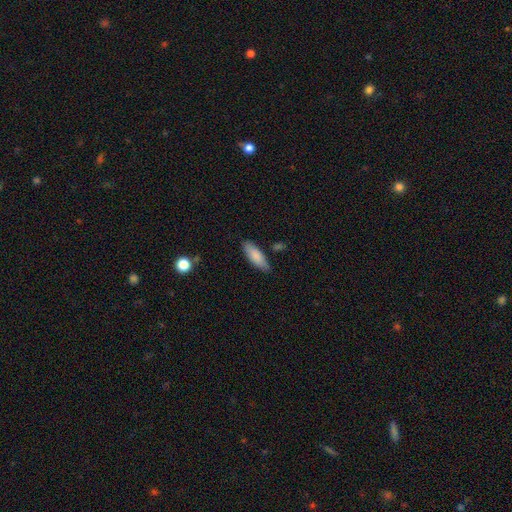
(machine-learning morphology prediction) The model was most divided on "how rounded": in between: 62%, cigar-shaped: 37%, round: 2%. More confident: smooth or featured — smooth (84%); merging — none (81%).